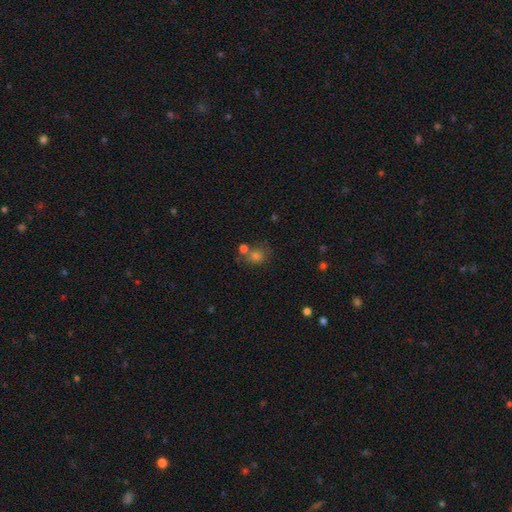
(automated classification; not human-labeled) smooth_or_featured: smooth (p=0.68) [alt: star or artifact p=0.21]
how_rounded: round (p=0.74) [alt: in between p=0.25]
merging: none (p=0.57) [alt: merger p=0.20]